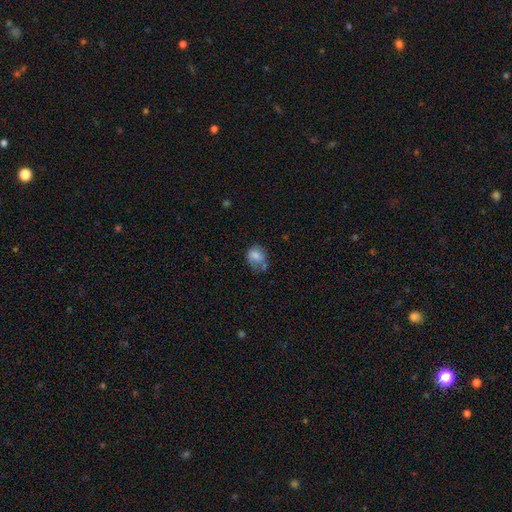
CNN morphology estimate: smooth-or-featured: smooth: 70% | featured or disk: 20% | star or artifact: 10%
  how-rounded: round: 51% | in between: 48% | cigar-shaped: 1%
  merging: none: 45% | minor disturbance: 30% | major disturbance: 15% | merger: 10%